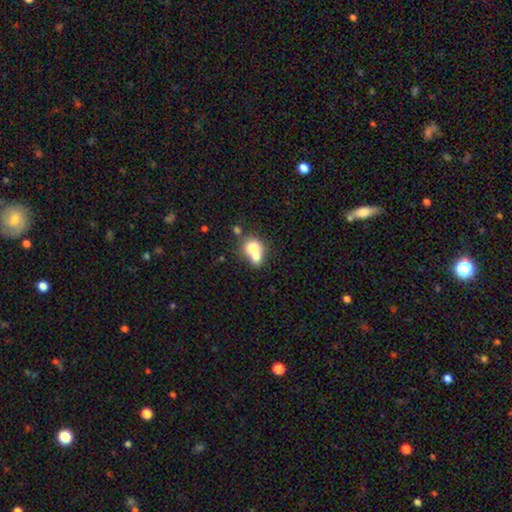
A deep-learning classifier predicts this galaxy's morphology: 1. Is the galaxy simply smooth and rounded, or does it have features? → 70% smooth, 20% featured or disk, 10% star or artifact.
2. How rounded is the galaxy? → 65% round, 34% in between, 1% cigar-shaped.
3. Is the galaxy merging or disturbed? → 66% merger, 25% none, 6% minor disturbance, 3% major disturbance.